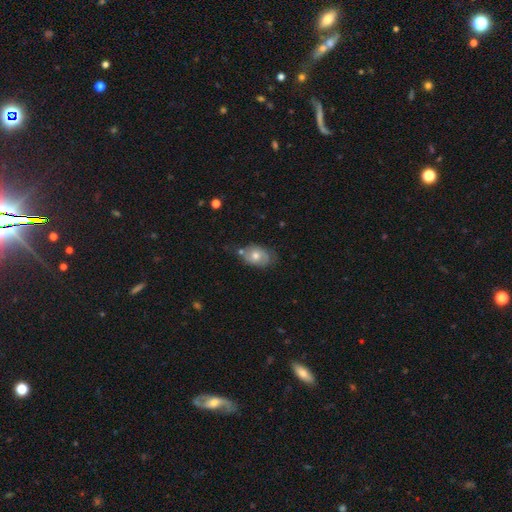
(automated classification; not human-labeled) smooth_or_featured: smooth (p=0.51) [alt: featured or disk p=0.41]
how_rounded: in between (p=0.78) [alt: round p=0.21]
merging: none (p=0.58) [alt: minor disturbance p=0.26]